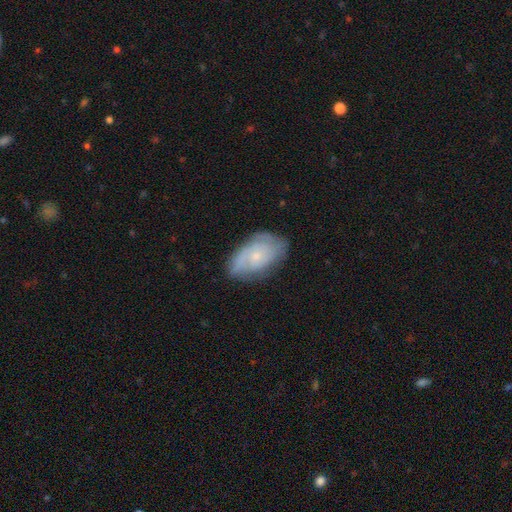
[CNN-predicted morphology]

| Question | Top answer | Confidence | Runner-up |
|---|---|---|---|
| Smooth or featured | featured or disk | 63% | smooth (30%) |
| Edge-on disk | no | 95% | yes (5%) |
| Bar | no | 80% | weak (18%) |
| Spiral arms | yes | 83% | no (17%) |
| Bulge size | small | 75% | moderate (21%) |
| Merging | none | 70% | minor disturbance (23%) |